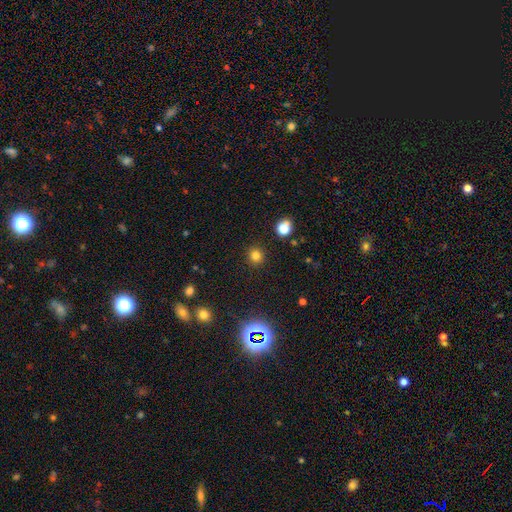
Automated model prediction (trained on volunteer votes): Smooth or featured? smooth (78%)
How rounded? round (91%)
Merging? none (91%)